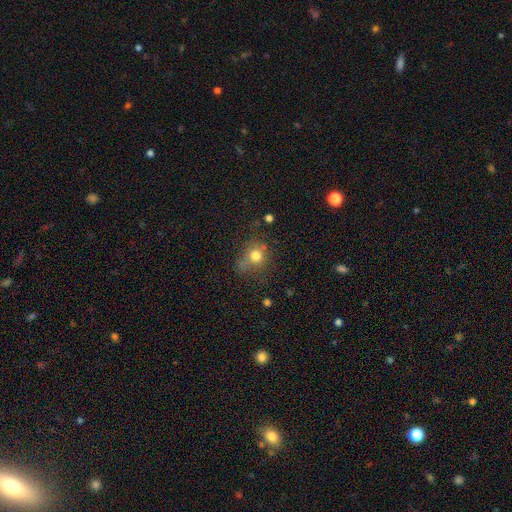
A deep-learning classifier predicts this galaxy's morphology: This appears to be a smooth galaxy with no disk features (75%) that is round (73%). Merging: none (54%).